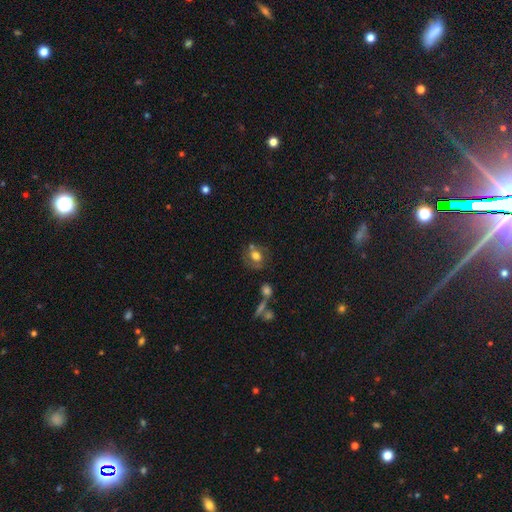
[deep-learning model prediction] smooth_or_featured: smooth (p=0.60) [alt: featured or disk p=0.30]
how_rounded: round (p=0.54) [alt: in between p=0.44]
merging: none (p=0.58) [alt: minor disturbance p=0.19]